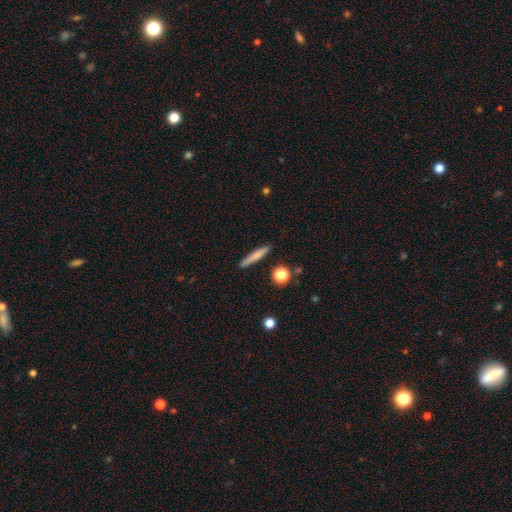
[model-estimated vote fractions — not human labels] smooth-or-featured: smooth: 72% | featured or disk: 21% | star or artifact: 7%
  how-rounded: cigar-shaped: 92% | in between: 5% | round: 2%
  merging: none: 88% | minor disturbance: 8% | merger: 2% | major disturbance: 2%